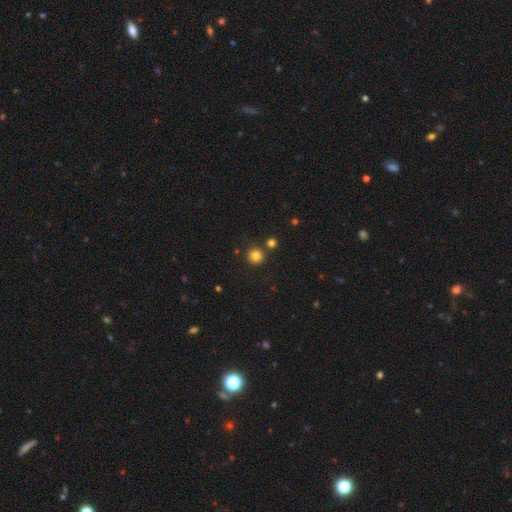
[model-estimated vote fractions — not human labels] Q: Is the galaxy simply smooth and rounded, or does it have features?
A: smooth — 81%.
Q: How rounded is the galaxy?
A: round — 95%.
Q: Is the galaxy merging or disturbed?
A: none — 84%.